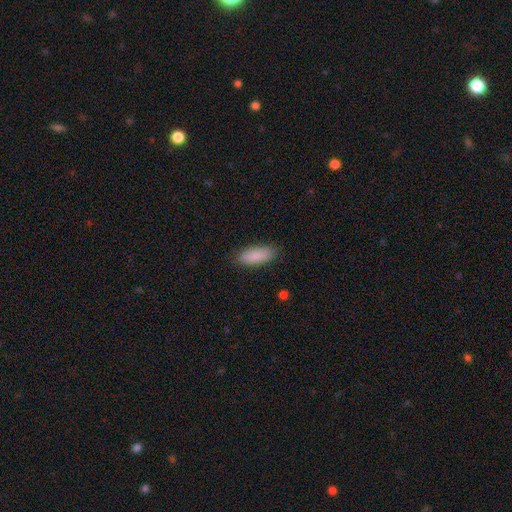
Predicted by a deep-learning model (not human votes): Morphology: type=smooth (88%); roundness=in between (75%); merging=none (87%).